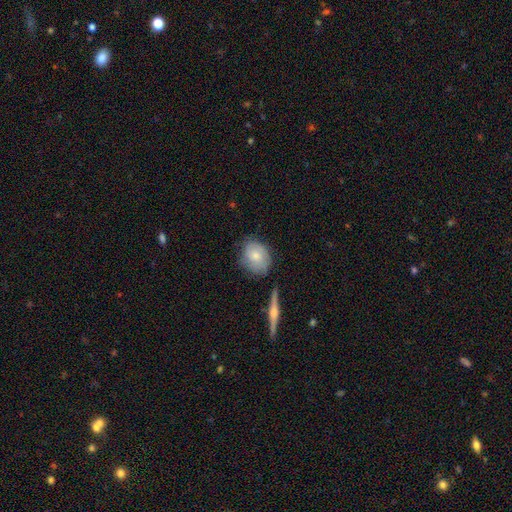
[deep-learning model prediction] A smooth galaxy with no disk features (70%) that is round (53%). Merging: none (67%).